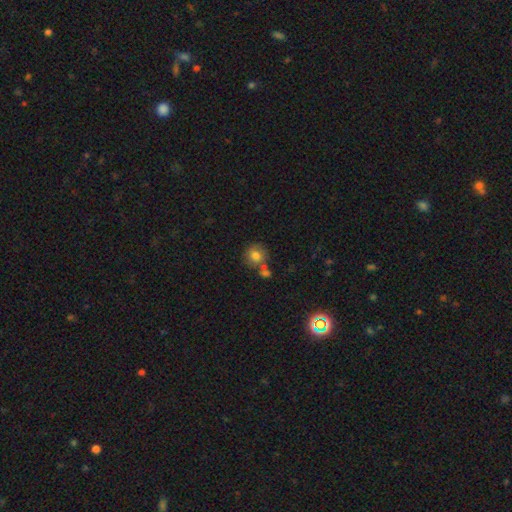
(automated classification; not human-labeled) Smooth or featured: smooth — 77% (featured or disk — 13%)
How rounded: round — 88% (in between — 11%)
Merging: none — 60% (merger — 22%)